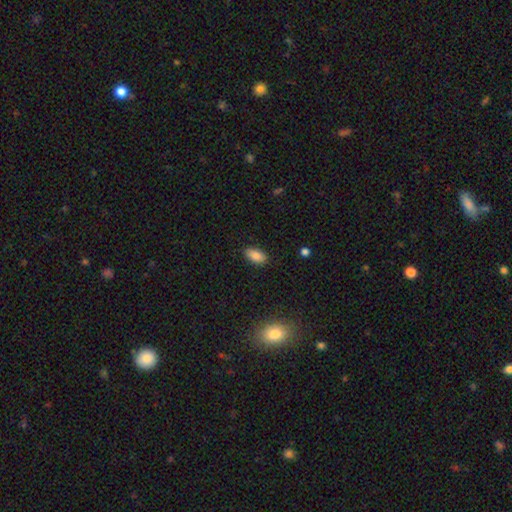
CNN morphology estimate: Smooth or featured: smooth — 84% (star or artifact — 9%)
How rounded: in between — 92% (cigar-shaped — 5%)
Merging: none — 87% (minor disturbance — 10%)